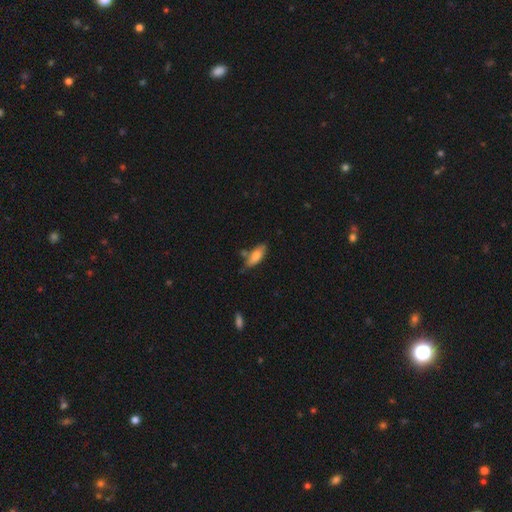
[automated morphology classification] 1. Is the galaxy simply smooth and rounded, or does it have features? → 76% smooth, 18% featured or disk, 7% star or artifact.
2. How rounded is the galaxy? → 72% in between, 26% cigar-shaped, 2% round.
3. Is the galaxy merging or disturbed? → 60% none, 25% minor disturbance, 10% merger, 5% major disturbance.